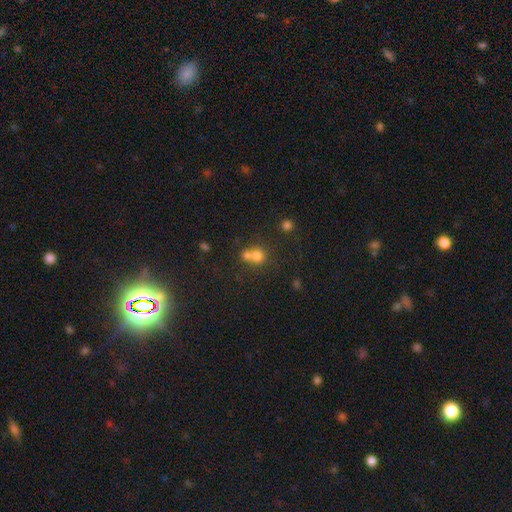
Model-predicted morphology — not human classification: Q: Smooth or featured?
A: smooth (72%); runner-up: star or artifact (16%)
Q: How rounded?
A: round (85%); runner-up: in between (14%)
Q: Merging?
A: merger (53%); runner-up: none (39%)